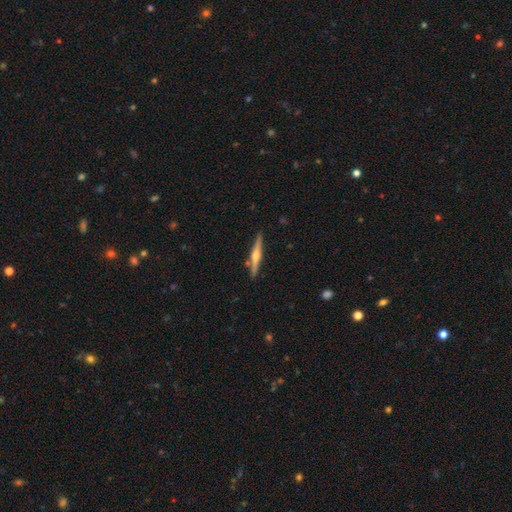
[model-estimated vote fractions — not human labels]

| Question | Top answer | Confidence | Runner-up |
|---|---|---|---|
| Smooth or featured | featured or disk | 74% | smooth (21%) |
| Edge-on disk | yes | 98% | no (2%) |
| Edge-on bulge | rounded | 91% | boxy (5%) |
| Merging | none | 88% | minor disturbance (8%) |